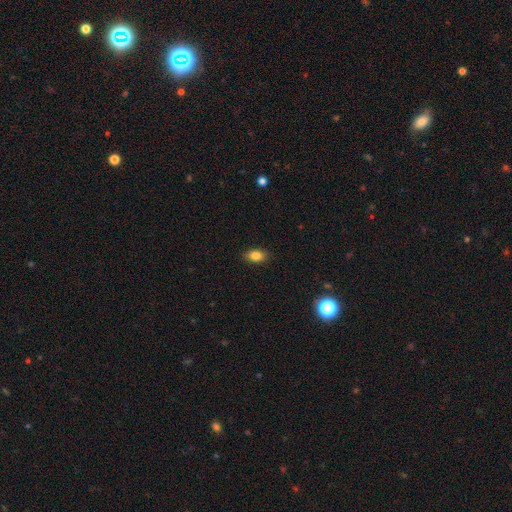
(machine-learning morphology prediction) This is clearly a smooth galaxy (84%). How rounded: clearly in between (85%). Merging: clearly none (88%).